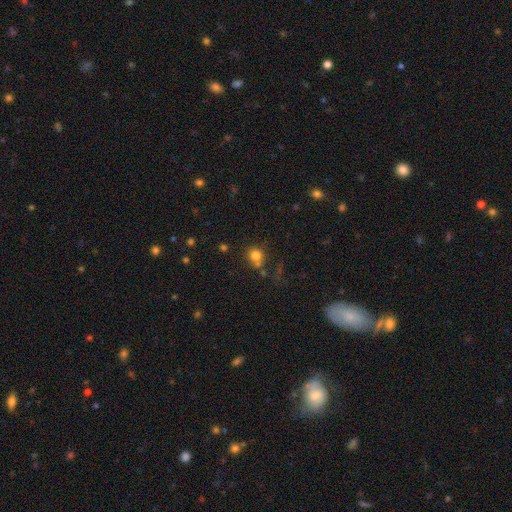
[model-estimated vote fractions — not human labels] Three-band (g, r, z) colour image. It shows a smooth galaxy with no disk features (78%) that is round (84%). Merging: none (56%).